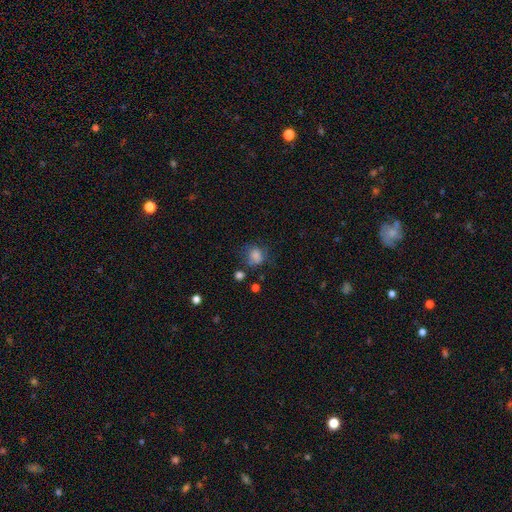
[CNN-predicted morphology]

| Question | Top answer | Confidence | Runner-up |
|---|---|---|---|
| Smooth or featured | smooth | 77% | star or artifact (12%) |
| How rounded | round | 67% | in between (32%) |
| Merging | none | 54% | minor disturbance (25%) |